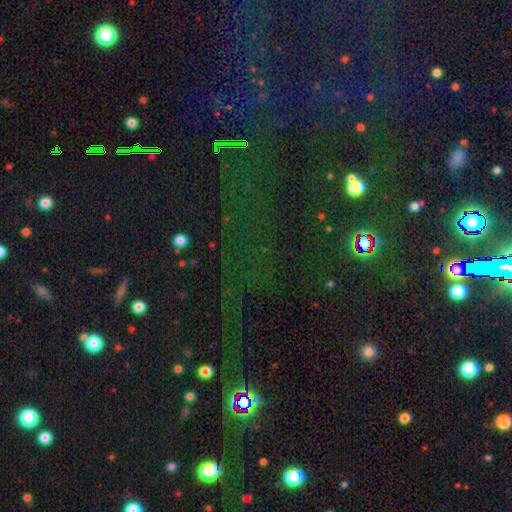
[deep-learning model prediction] Smooth or featured: star or artifact — 80% (smooth — 13%)